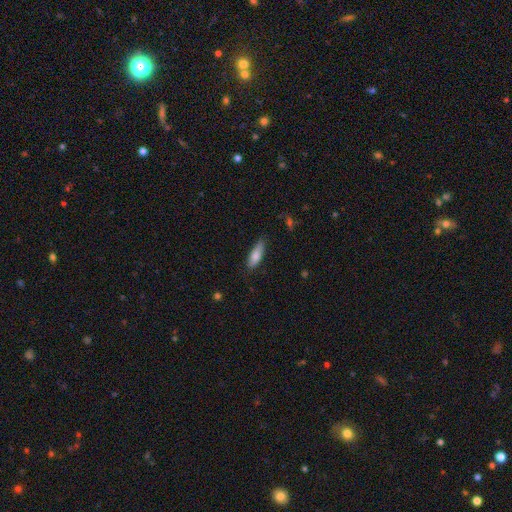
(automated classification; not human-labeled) This appears to be a smooth galaxy with no disk features (81%) that is cigar-shaped (50%). Merging: none (81%).